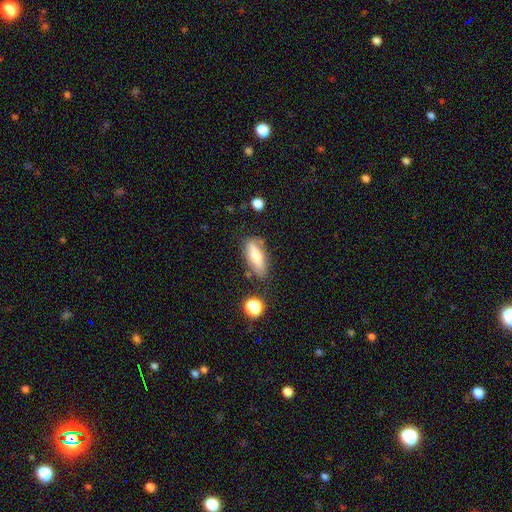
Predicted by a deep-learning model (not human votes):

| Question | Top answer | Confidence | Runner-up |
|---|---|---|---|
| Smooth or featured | smooth | 67% | featured or disk (25%) |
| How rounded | in between | 55% | cigar-shaped (42%) |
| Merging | none | 74% | minor disturbance (17%) |